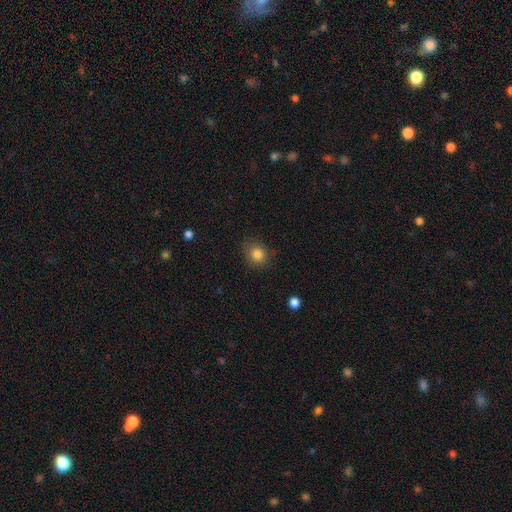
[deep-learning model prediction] This is likely a smooth galaxy (79%). How rounded: likely round (75%). Merging: clearly none (84%).